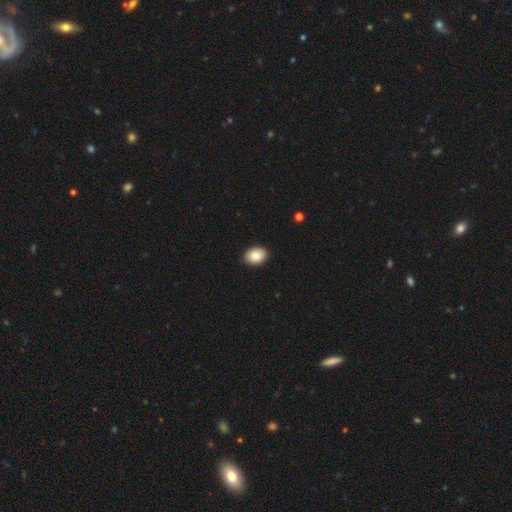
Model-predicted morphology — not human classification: type=smooth (89%); roundness=in between (71%); merging=none (89%).